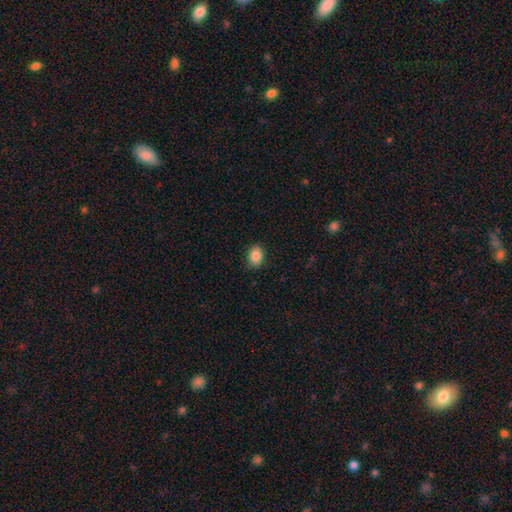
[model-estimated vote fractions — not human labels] Overall: smooth (86%). How rounded: in between (67%; round 32%). Merging: none (87%).